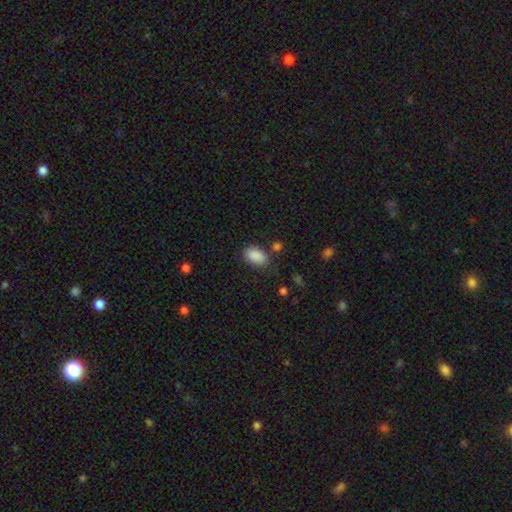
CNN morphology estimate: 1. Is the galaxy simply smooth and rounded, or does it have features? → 89% smooth, 8% star or artifact, 4% featured or disk.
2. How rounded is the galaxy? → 89% in between, 9% round, 1% cigar-shaped.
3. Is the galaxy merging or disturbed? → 75% none, 15% minor disturbance, 5% merger, 5% major disturbance.